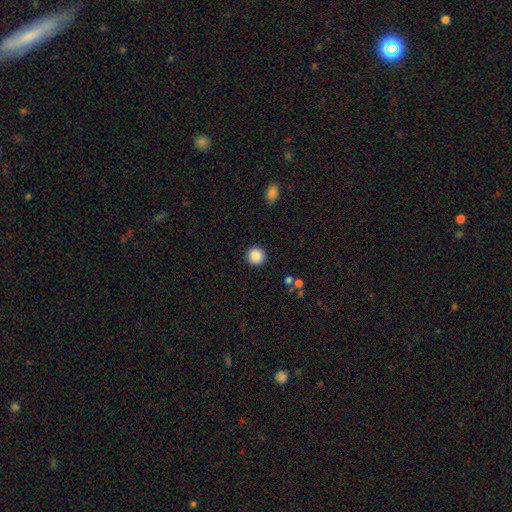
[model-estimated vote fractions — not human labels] The model was most divided on "smooth or featured": smooth: 88%, star or artifact: 9%, featured or disk: 3%. More confident: how rounded — round (94%); merging — none (91%).